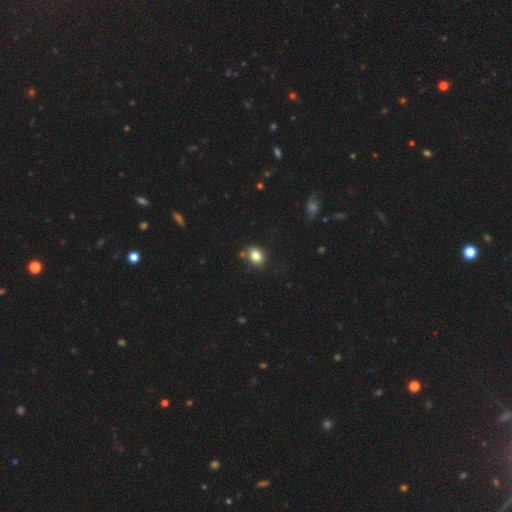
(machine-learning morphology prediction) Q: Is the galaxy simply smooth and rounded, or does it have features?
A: smooth — 83%.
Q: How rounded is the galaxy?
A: in between — 56%.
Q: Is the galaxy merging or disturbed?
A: none — 73%.